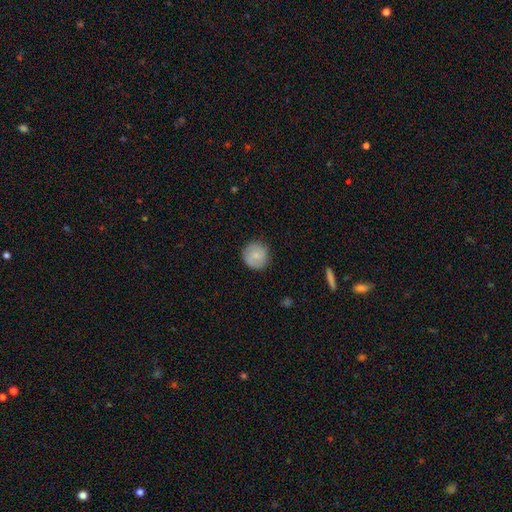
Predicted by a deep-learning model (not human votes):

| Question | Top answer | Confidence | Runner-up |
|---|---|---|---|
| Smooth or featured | smooth | 75% | featured or disk (18%) |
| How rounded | round | 94% | in between (5%) |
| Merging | none | 86% | minor disturbance (10%) |